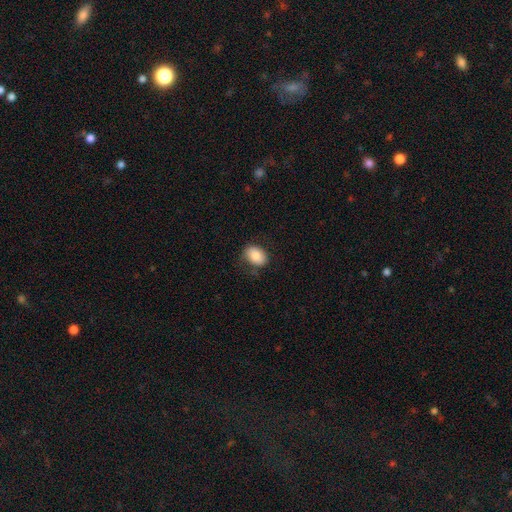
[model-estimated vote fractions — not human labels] This appears to be a smooth galaxy with no disk features (81%) that is in between round and cigar-shaped (71%). Merging: none (71%).